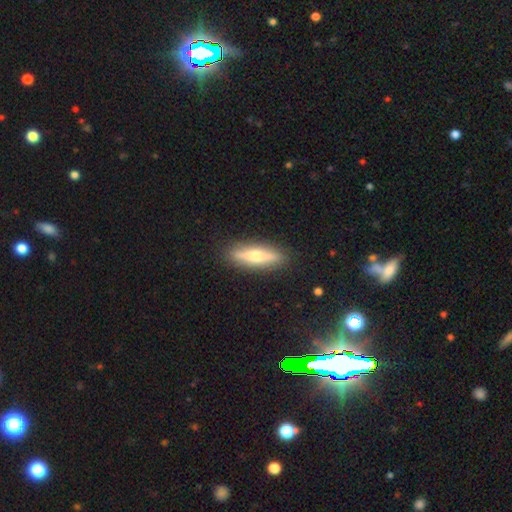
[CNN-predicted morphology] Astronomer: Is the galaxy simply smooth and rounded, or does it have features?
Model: featured or disk — 57% (runner-up: smooth, 37%).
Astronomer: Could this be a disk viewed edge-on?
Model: yes — 93%.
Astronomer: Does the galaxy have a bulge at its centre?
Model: rounded — 92%.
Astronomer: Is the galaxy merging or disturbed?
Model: none — 89%.